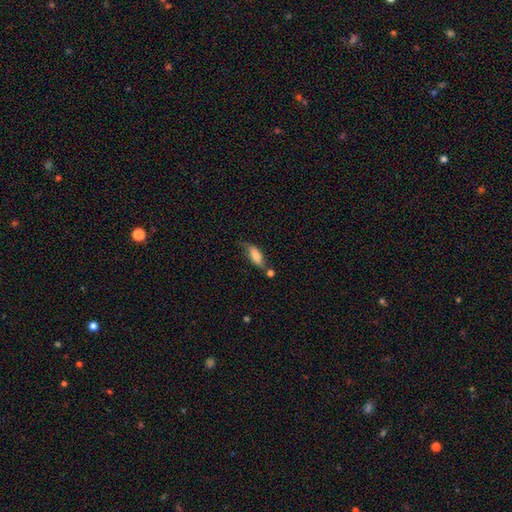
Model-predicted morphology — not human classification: Smooth or featured? smooth (74%)
How rounded? in between (72%)
Merging? none (45%)